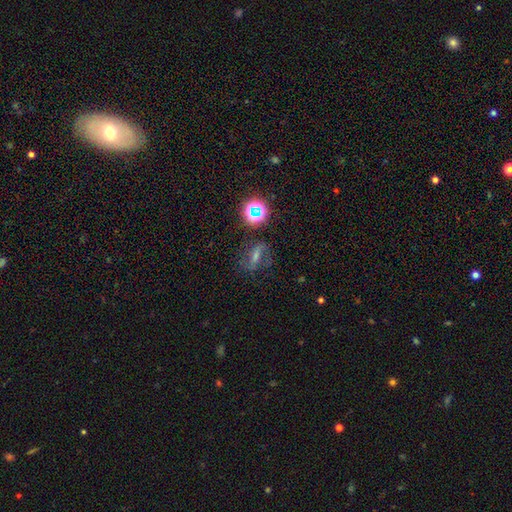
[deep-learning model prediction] Smooth or featured: featured or disk — 46% (smooth — 28%)
Merging: none — 67% (minor disturbance — 18%)